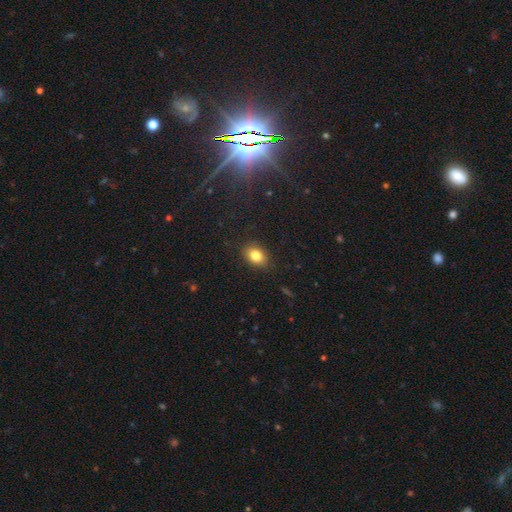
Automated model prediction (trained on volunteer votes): The model was most divided on "how rounded": in between: 73%, round: 25%, cigar-shaped: 1%. More confident: merging — none (87%); smooth or featured — smooth (83%).